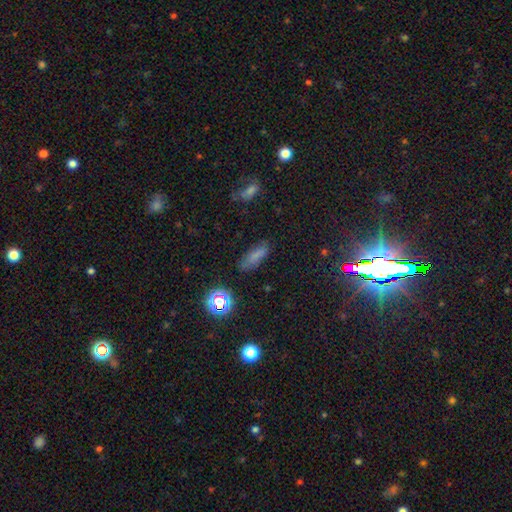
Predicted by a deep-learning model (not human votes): Overall: smooth (72%). How rounded: in between (56%; cigar-shaped 39%). Merging: none (76%).